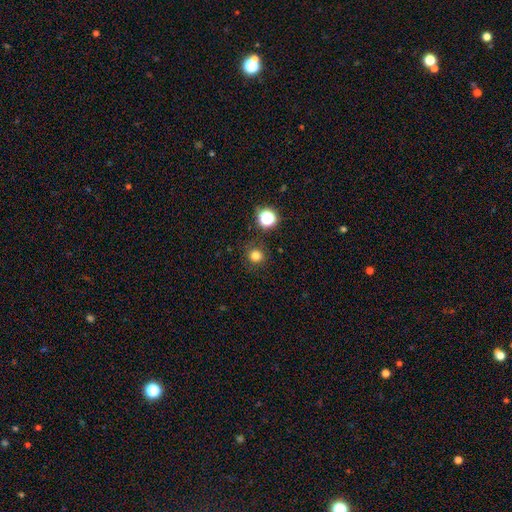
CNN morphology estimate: Smooth or featured? Predicted: smooth (p=0.79). How rounded? Predicted: round (p=0.93). Merging? Predicted: none (p=0.89).